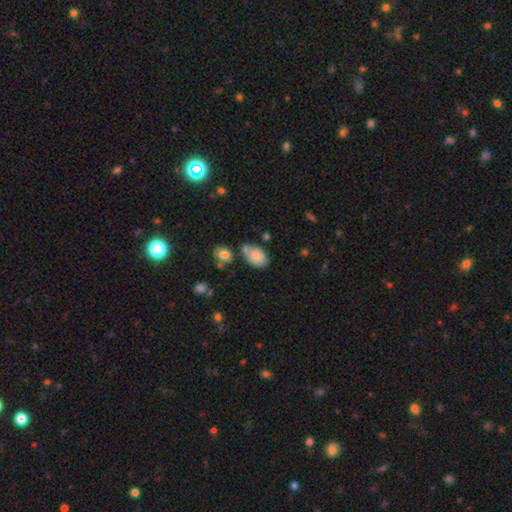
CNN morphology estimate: The model was most divided on "merging": none: 49%, minor disturbance: 23%, merger: 22%, major disturbance: 6%. More confident: how rounded — in between (87%); smooth or featured — smooth (82%).